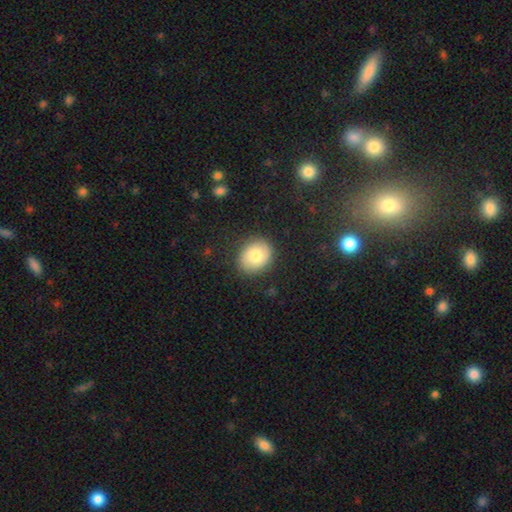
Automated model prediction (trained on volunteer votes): Morphology: type=smooth (79%); roundness=round (55%); merging=none (86%).